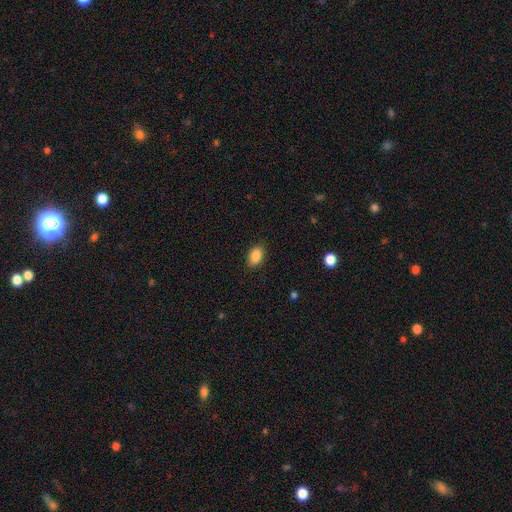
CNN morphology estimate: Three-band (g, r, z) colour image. It shows a smooth galaxy with no disk features (88%) that is in between round and cigar-shaped (87%). Merging: none (87%).